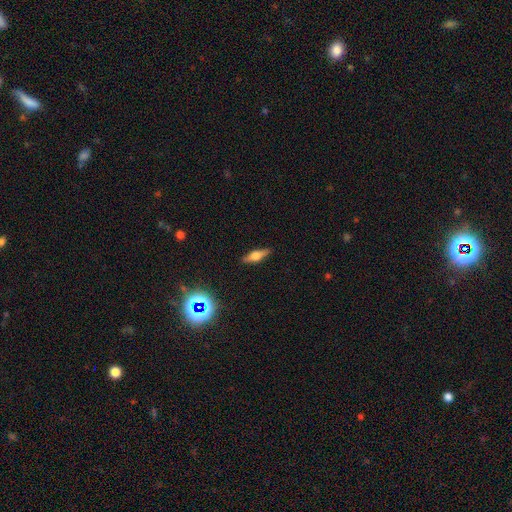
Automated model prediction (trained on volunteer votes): Overall: featured or disk (53%; smooth 38%). Edge-on disk: yes (92%). Merging: none (88%).